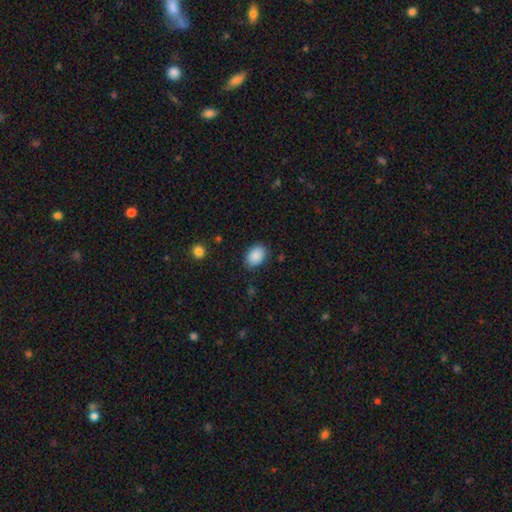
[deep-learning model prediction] Morphology: type=smooth (89%); roundness=in between (82%); merging=none (83%).